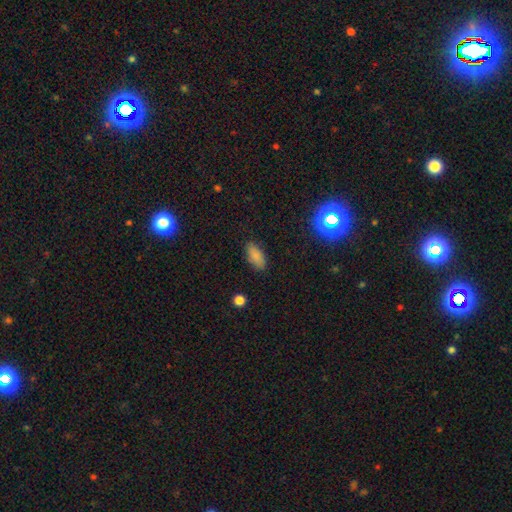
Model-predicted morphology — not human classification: A smooth galaxy with no disk features (84%) that is in between round and cigar-shaped (84%).

Vote fractions:
- Smooth or featured? smooth: 84% / star or artifact: 10% / featured or disk: 6%
- How rounded? in between: 84% / cigar-shaped: 13% / round: 3%
- Merging? none: 86% / minor disturbance: 10% / major disturbance: 3% / merger: 1%